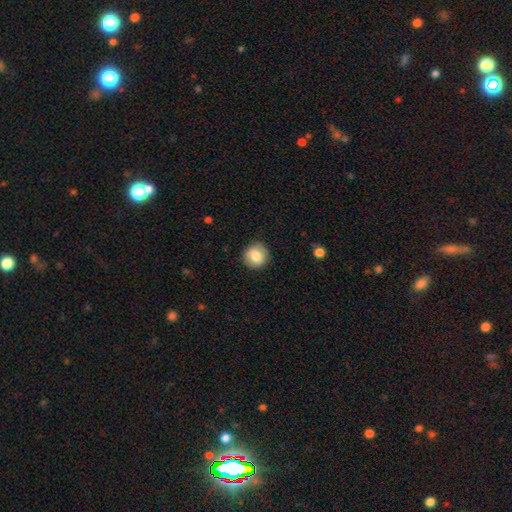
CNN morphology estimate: Q: Smooth or featured?
A: smooth (82%); runner-up: featured or disk (10%)
Q: How rounded?
A: round (89%); runner-up: in between (10%)
Q: Merging?
A: none (87%); runner-up: minor disturbance (9%)